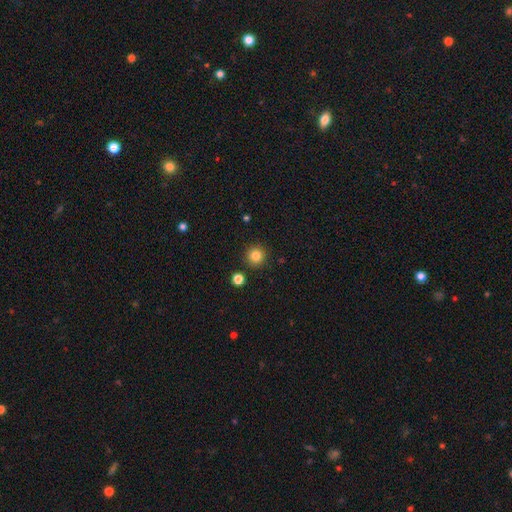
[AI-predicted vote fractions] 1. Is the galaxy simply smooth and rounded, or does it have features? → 83% smooth, 12% star or artifact, 5% featured or disk.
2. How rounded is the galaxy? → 95% round, 4% in between, 1% cigar-shaped.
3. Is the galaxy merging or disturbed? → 90% none, 5% minor disturbance, 3% merger, 2% major disturbance.